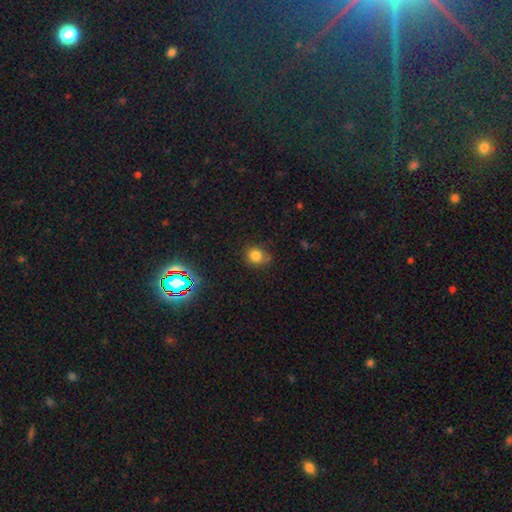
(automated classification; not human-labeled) Smooth or featured? Predicted: smooth (p=0.78). How rounded? Predicted: round (p=0.73). Merging? Predicted: none (p=0.67).